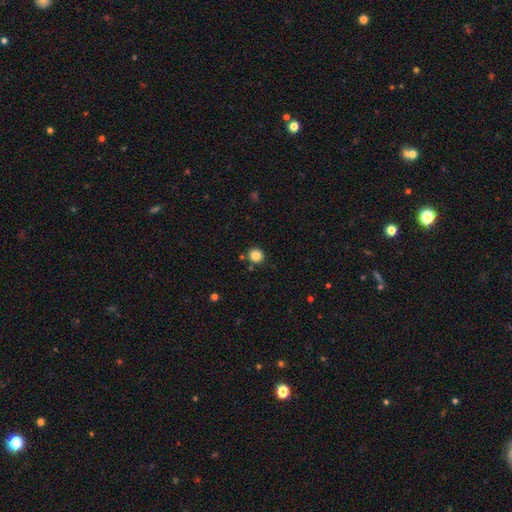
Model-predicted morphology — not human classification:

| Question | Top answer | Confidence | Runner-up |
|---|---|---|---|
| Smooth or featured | smooth | 84% | star or artifact (11%) |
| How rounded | round | 91% | in between (8%) |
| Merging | none | 86% | minor disturbance (7%) |